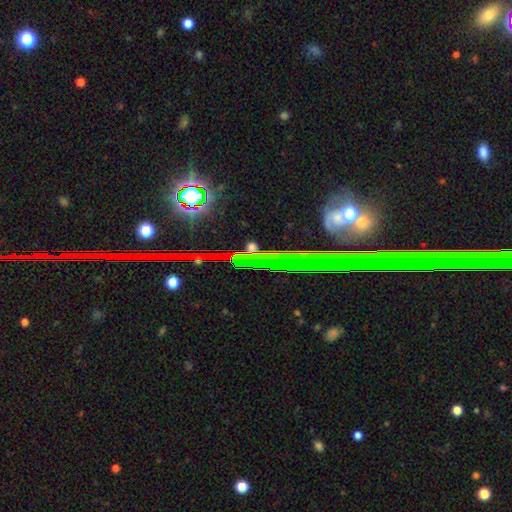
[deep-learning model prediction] Smooth or featured? star or artifact (75%)